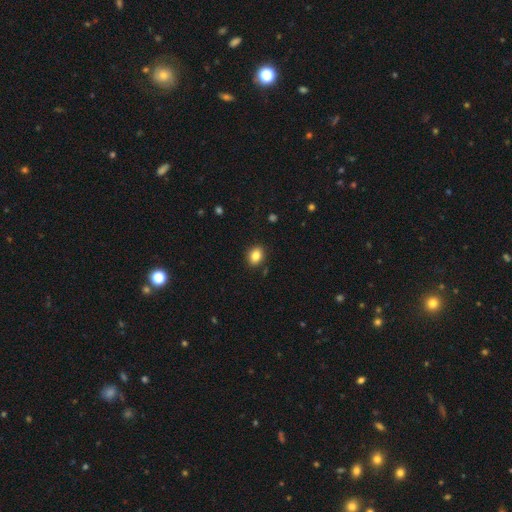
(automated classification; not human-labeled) Smooth or featured? Predicted: smooth (p=0.85). How rounded? Predicted: in between (p=0.57). Merging? Predicted: none (p=0.89).